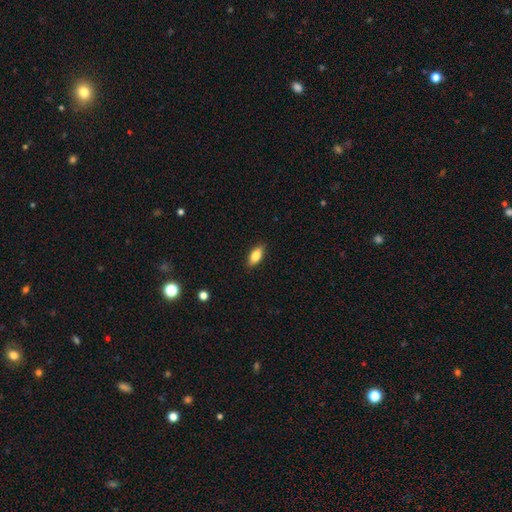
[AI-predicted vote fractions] smooth 83%, featured or disk 10%, star or artifact 7%. Down the decision tree: how rounded — in between (84%); merging — none (88%).